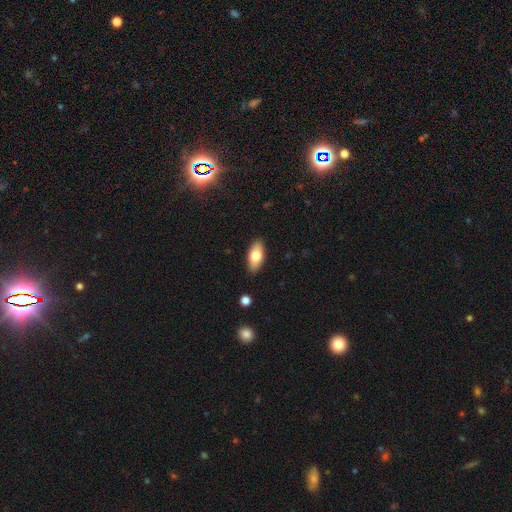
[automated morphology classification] type=smooth (76%); roundness=in between (88%); merging=none (88%).